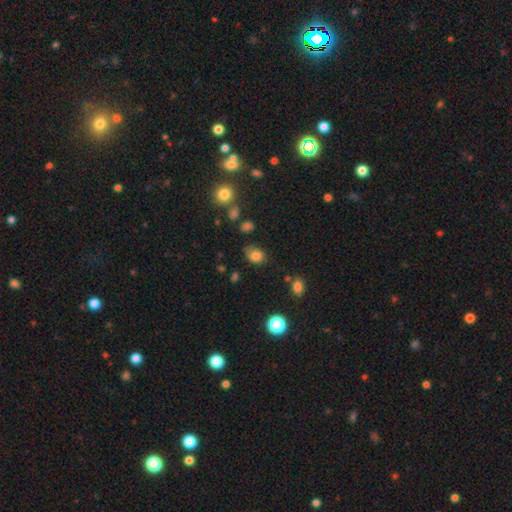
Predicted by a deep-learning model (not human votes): This is likely a smooth galaxy (80%). How rounded: possibly in between (60%). Merging: likely none (61%).